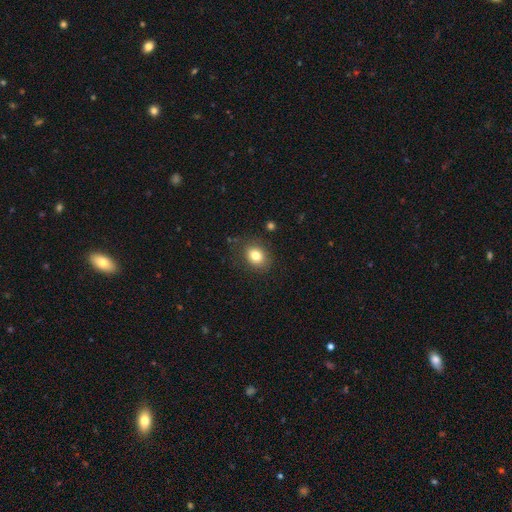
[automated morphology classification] This appears to be a smooth galaxy with no disk features (80%) that is in between round and cigar-shaped (52%). Merging: none (82%).